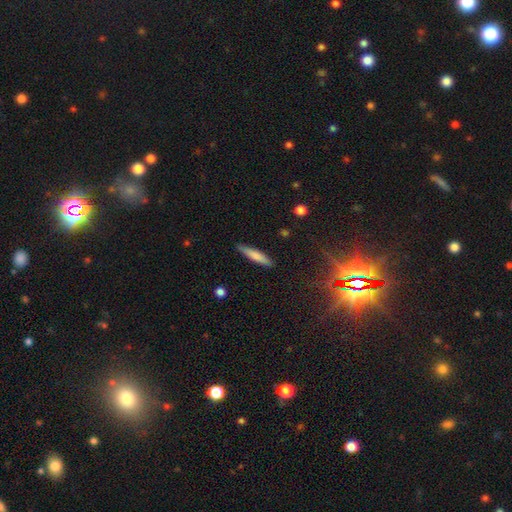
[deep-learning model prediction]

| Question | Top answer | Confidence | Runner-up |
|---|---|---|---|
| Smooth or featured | smooth | 74% | featured or disk (20%) |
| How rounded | cigar-shaped | 89% | in between (10%) |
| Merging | none | 87% | minor disturbance (10%) |